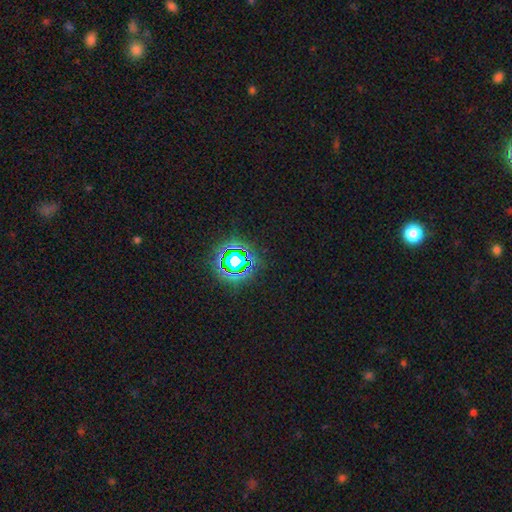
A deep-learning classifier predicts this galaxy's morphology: A star or artifact, not a galaxy (76%).